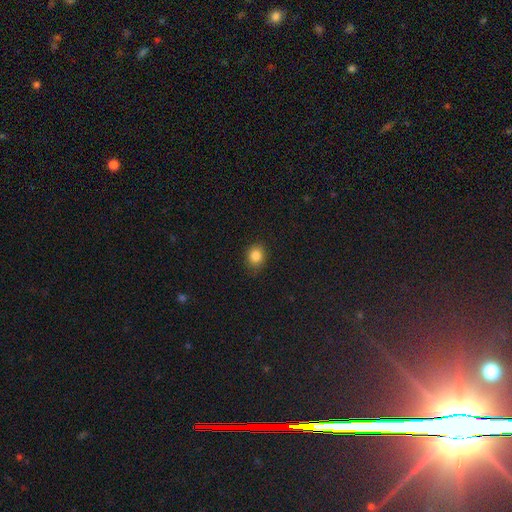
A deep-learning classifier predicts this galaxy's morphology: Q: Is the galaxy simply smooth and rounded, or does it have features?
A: smooth — 84%.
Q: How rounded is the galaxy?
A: round — 60%.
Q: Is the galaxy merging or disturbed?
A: none — 85%.